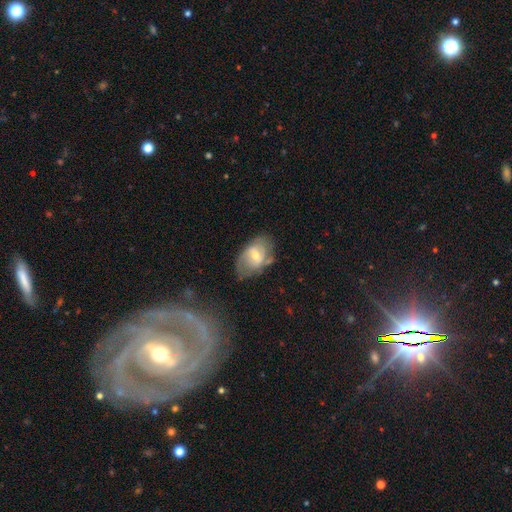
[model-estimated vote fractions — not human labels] This is possibly a featured or disk galaxy (57%). It is clearly not viewed edge-on (94%). Bar: possibly weak (53%). Spiral arm pattern: likely yes (70%). Central bulge: possibly moderate (51%). Merging: possibly none (57%).